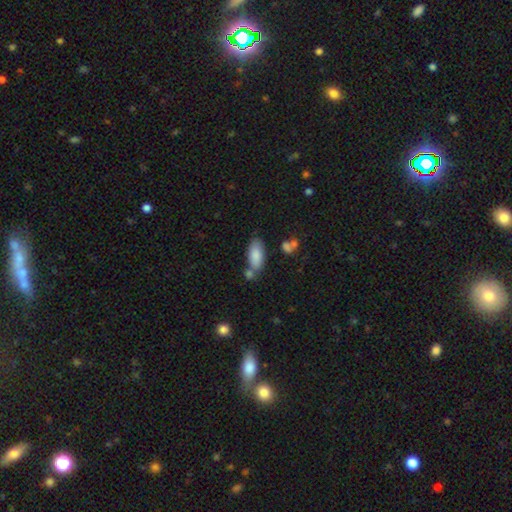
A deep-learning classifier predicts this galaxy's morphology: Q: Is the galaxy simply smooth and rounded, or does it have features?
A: smooth — 85%.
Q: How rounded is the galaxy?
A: in between — 86%.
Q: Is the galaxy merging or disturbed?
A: none — 59%.